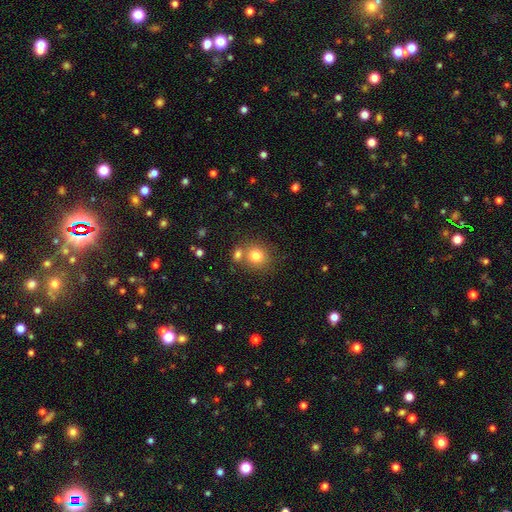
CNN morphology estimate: The model was most divided on "merging": none: 63%, merger: 25%, minor disturbance: 9%, major disturbance: 3%. More confident: how rounded — round (82%); smooth or featured — smooth (79%).